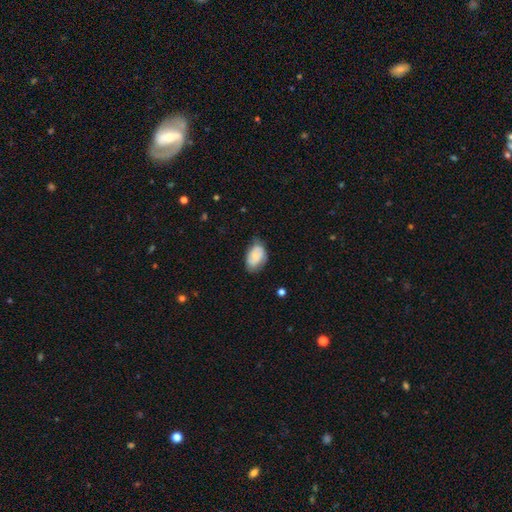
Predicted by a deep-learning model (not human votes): Smooth or featured? Predicted: smooth (p=0.71). How rounded? Predicted: in between (p=0.89). Merging? Predicted: none (p=0.59).